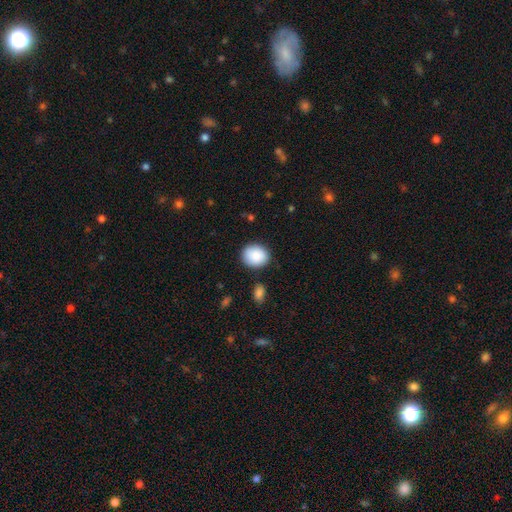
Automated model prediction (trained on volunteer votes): A smooth galaxy with no disk features (89%) that is round (66%).

Vote fractions:
- Smooth or featured? smooth: 89% / star or artifact: 7% / featured or disk: 4%
- How rounded? round: 66% / in between: 33% / cigar-shaped: 1%
- Merging? none: 85% / minor disturbance: 10% / merger: 3% / major disturbance: 3%